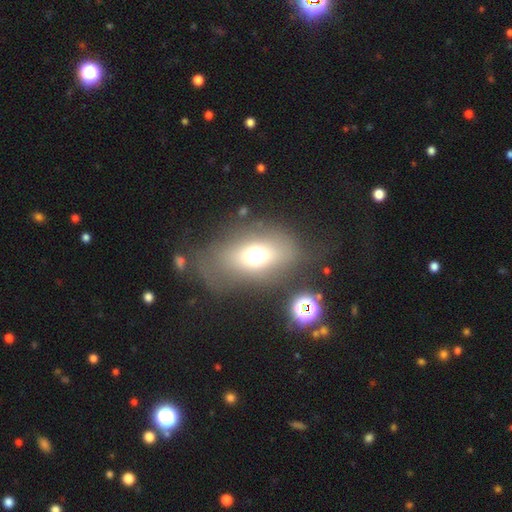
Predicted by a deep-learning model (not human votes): Smooth or featured: smooth — 62% (featured or disk — 21%)
How rounded: in between — 73% (round — 24%)
Merging: none — 57% (major disturbance — 19%)